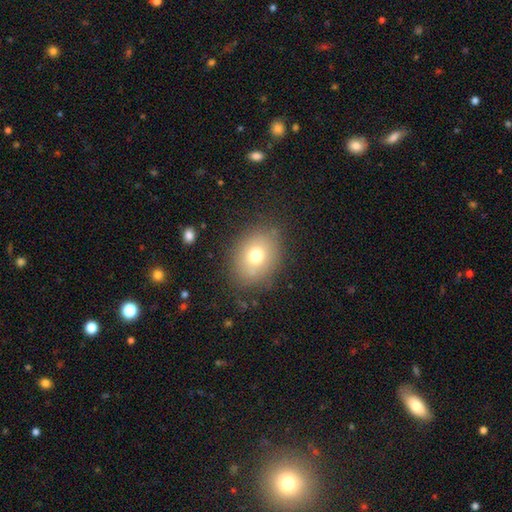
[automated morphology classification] Smooth or featured? smooth (71%)
How rounded? in between (54%)
Merging? none (79%)